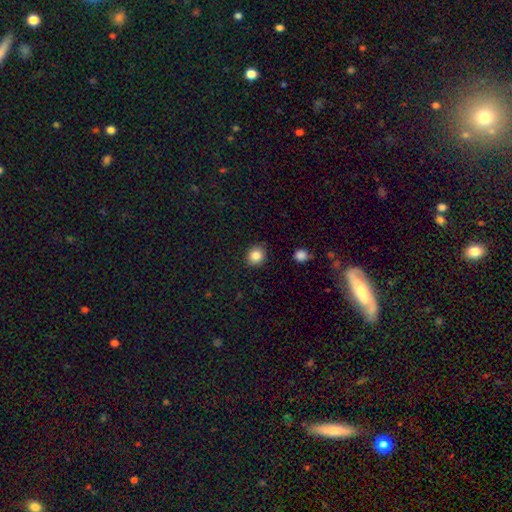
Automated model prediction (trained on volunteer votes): A smooth galaxy with no disk features (84%) that is round (80%). Merging: none (88%).